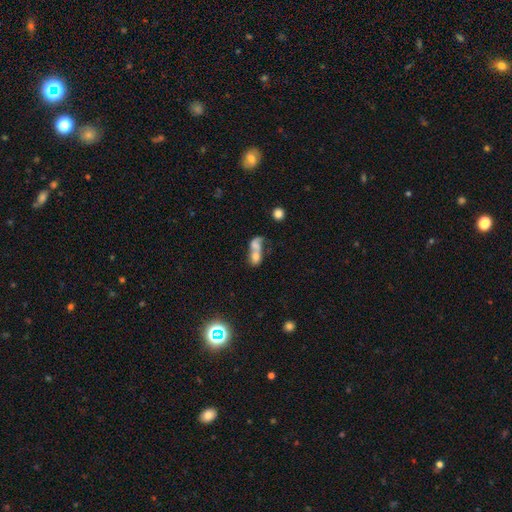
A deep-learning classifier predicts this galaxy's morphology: smooth_or_featured: smooth (p=0.60) [alt: featured or disk p=0.27]
how_rounded: in between (p=0.65) [alt: round p=0.29]
merging: merger (p=0.72) [alt: none p=0.13]